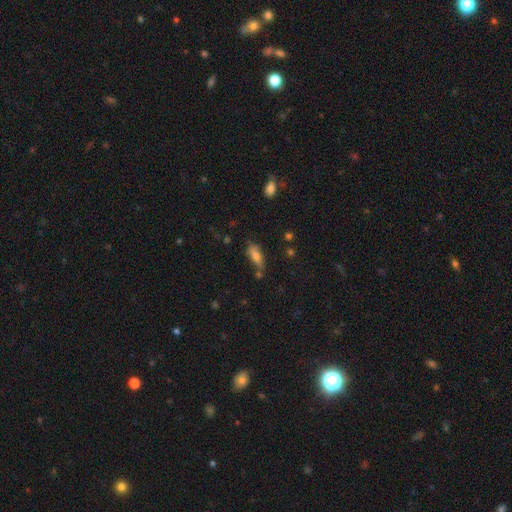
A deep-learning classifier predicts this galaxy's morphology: The model was most divided on "how rounded": in between: 61%, cigar-shaped: 35%, round: 3%. More confident: smooth or featured — smooth (69%); merging — none (57%).